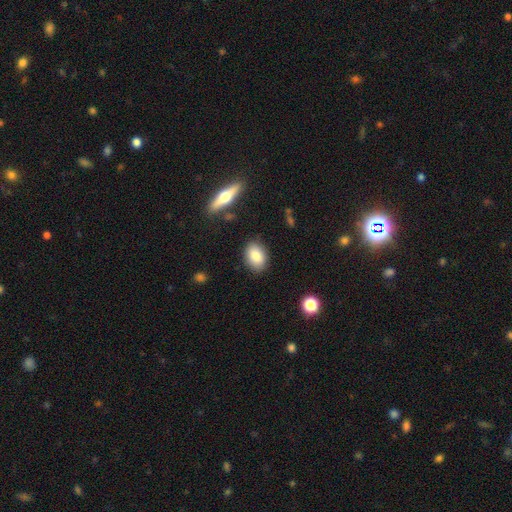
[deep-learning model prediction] A smooth galaxy with no disk features (83%) that is in between round and cigar-shaped (82%).

Vote fractions:
- Smooth or featured? smooth: 83% / featured or disk: 10% / star or artifact: 7%
- How rounded? in between: 82% / round: 16% / cigar-shaped: 2%
- Merging? none: 85% / minor disturbance: 11% / major disturbance: 2% / merger: 2%